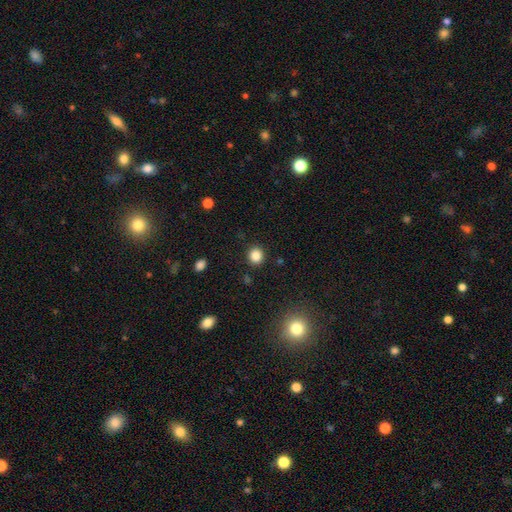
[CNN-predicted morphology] This is clearly a smooth galaxy (85%). How rounded: clearly round (86%). Merging: clearly none (90%).